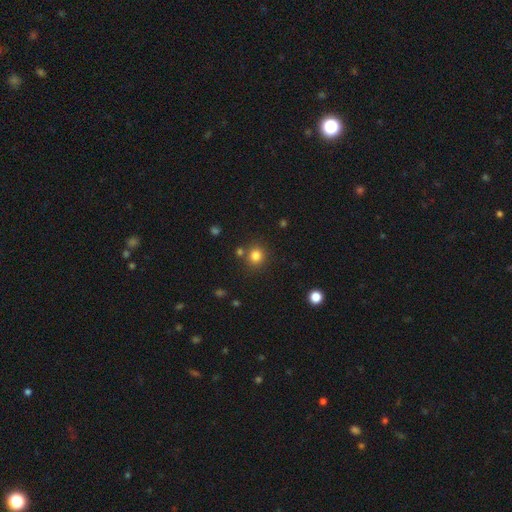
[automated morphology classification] A smooth galaxy with no disk features (81%) that is round (89%).

Vote fractions:
- Smooth or featured? smooth: 81% / star or artifact: 13% / featured or disk: 5%
- How rounded? round: 89% / in between: 10% / cigar-shaped: 1%
- Merging? none: 78% / merger: 10% / minor disturbance: 8% / major disturbance: 3%